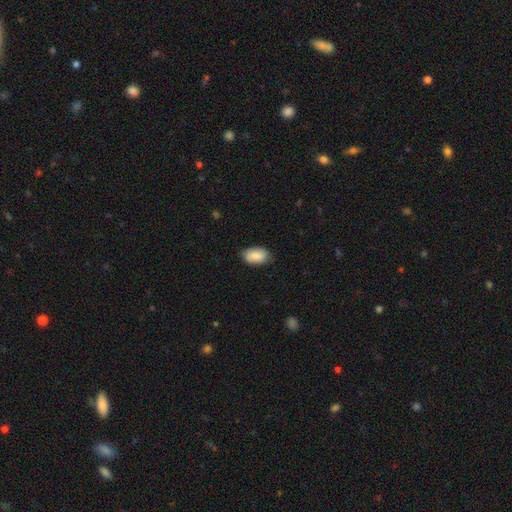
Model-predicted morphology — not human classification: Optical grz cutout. It shows a smooth galaxy with no disk features (84%) that is in between round and cigar-shaped (93%). Merging: none (80%).